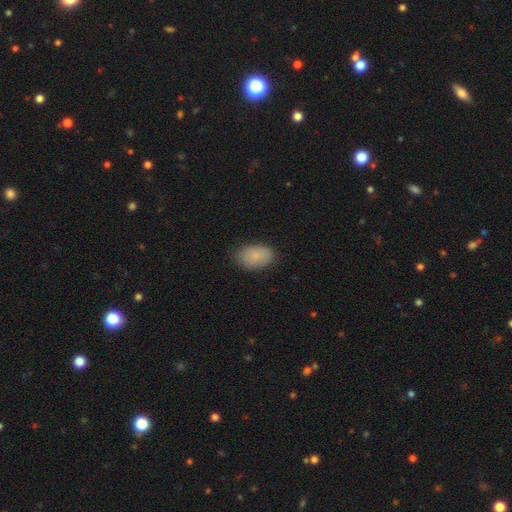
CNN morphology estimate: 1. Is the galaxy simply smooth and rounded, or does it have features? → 84% smooth, 8% featured or disk, 7% star or artifact.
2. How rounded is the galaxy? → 89% in between, 9% round, 1% cigar-shaped.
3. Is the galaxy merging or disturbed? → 81% none, 15% minor disturbance, 3% major disturbance, 1% merger.